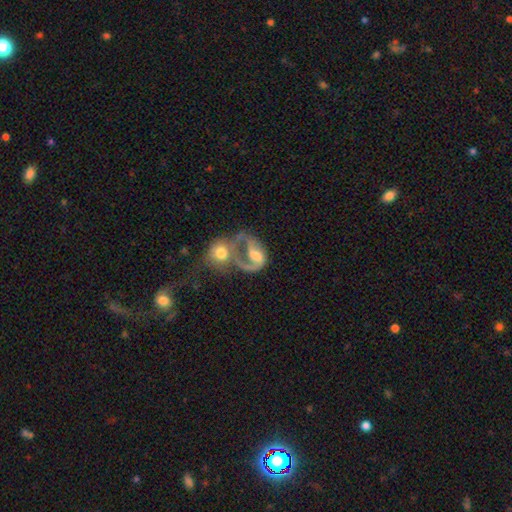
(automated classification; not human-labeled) Q: Smooth or featured?
A: featured or disk (64%); runner-up: smooth (28%)
Q: Edge-on disk?
A: no (97%); runner-up: yes (3%)
Q: Bar?
A: no (53%); runner-up: weak (35%)
Q: Spiral arms?
A: yes (73%); runner-up: no (27%)
Q: Bulge size?
A: moderate (51%); runner-up: large (19%)
Q: Merging?
A: merger (63%); runner-up: major disturbance (20%)